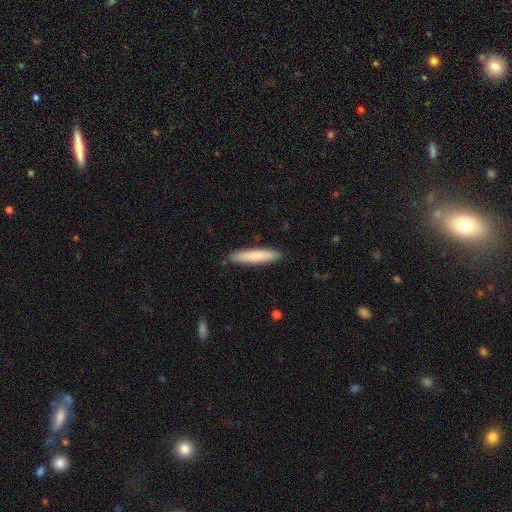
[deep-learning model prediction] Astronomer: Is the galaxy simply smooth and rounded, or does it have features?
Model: smooth — 81%.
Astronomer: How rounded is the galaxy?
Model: cigar-shaped — 88%.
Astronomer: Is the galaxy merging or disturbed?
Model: none — 89%.